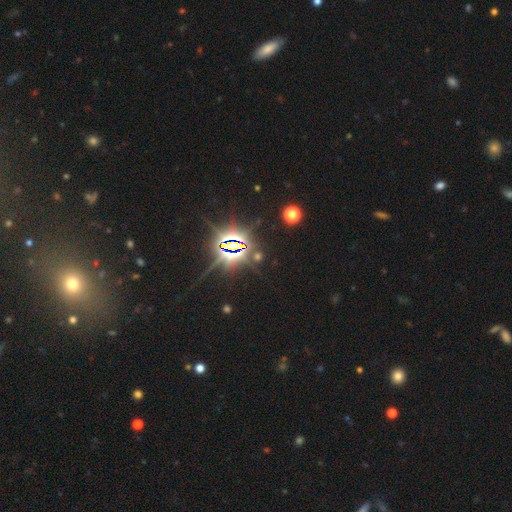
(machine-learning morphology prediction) A star or artifact, not a galaxy (84%).

Vote fractions:
- Smooth or featured? star or artifact: 84% / featured or disk: 8% / smooth: 7%